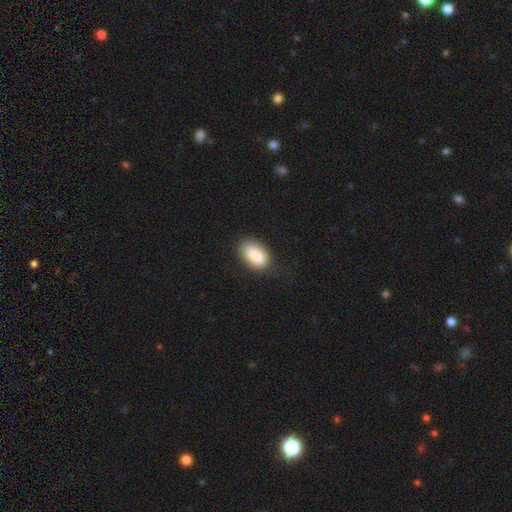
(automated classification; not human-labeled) A smooth galaxy with no disk features (85%) that is in between round and cigar-shaped (92%).

Vote fractions:
- Smooth or featured? smooth: 85% / featured or disk: 8% / star or artifact: 7%
- How rounded? in between: 92% / round: 5% / cigar-shaped: 4%
- Merging? none: 74% / minor disturbance: 20% / major disturbance: 5% / merger: 2%